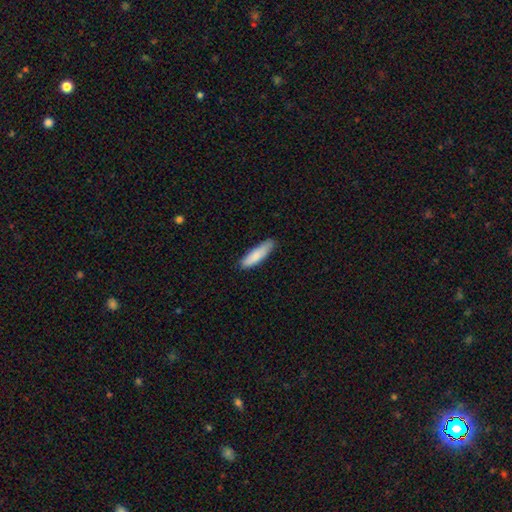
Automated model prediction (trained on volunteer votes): Q: Smooth or featured?
A: smooth (84%); runner-up: featured or disk (10%)
Q: How rounded?
A: cigar-shaped (66%); runner-up: in between (33%)
Q: Merging?
A: none (80%); runner-up: minor disturbance (16%)